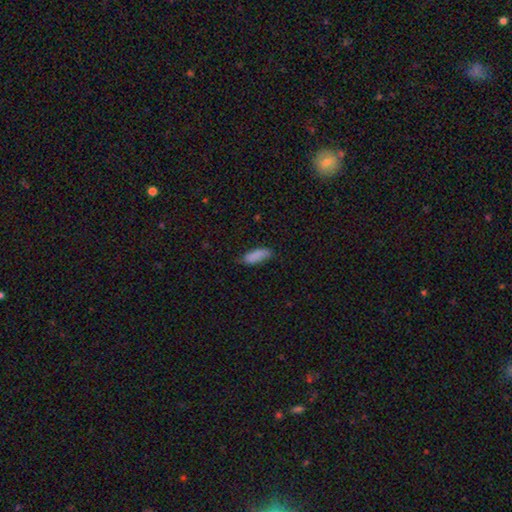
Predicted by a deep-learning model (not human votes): smooth-or-featured: smooth: 86% | featured or disk: 7% | star or artifact: 7%
  how-rounded: in between: 74% | cigar-shaped: 24% | round: 2%
  merging: none: 72% | minor disturbance: 22% | major disturbance: 4% | merger: 2%